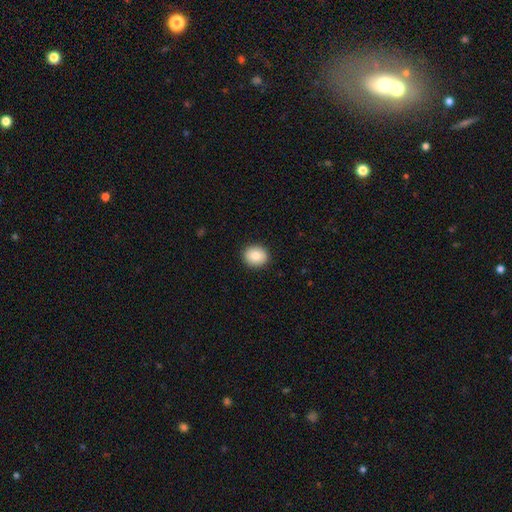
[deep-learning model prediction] Smooth or featured: smooth — 85% (star or artifact — 8%)
How rounded: round — 77% (in between — 22%)
Merging: none — 91% (minor disturbance — 6%)